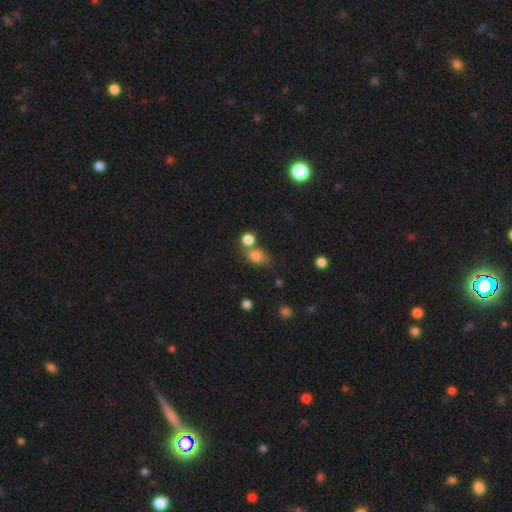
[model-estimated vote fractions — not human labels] Morphology: type=smooth (79%); roundness=in between (58%); merging=none (50%).